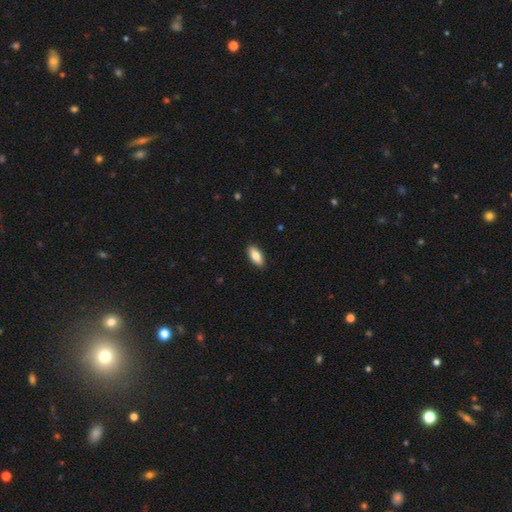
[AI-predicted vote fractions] This is clearly a smooth galaxy (84%). How rounded: clearly in between (85%). Merging: clearly none (90%).